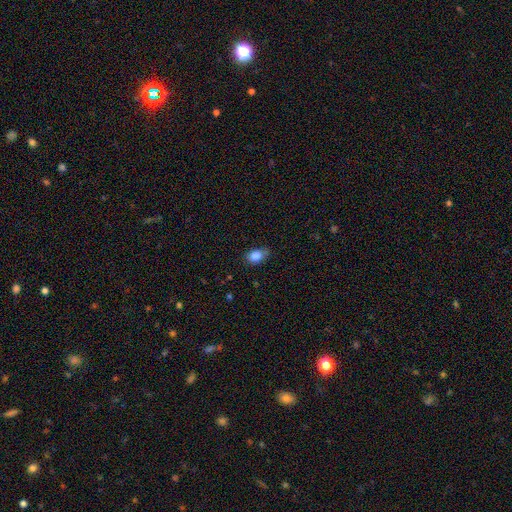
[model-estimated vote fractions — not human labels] smooth-or-featured: smooth: 86% | star or artifact: 8% | featured or disk: 6%
  how-rounded: in between: 79% | round: 20% | cigar-shaped: 2%
  merging: none: 66% | minor disturbance: 27% | major disturbance: 5% | merger: 1%